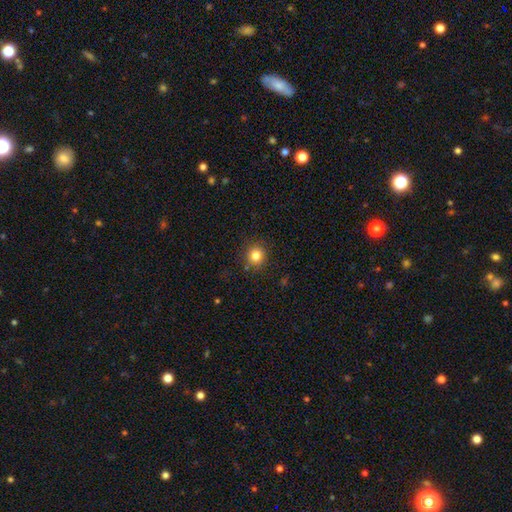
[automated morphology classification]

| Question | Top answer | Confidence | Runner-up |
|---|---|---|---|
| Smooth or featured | smooth | 82% | star or artifact (12%) |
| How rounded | round | 90% | in between (9%) |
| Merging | none | 88% | minor disturbance (8%) |